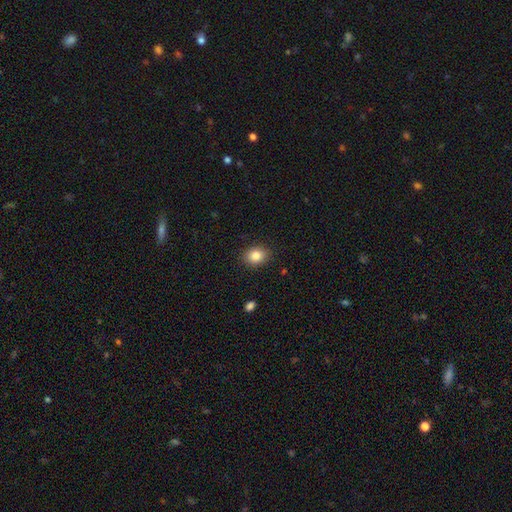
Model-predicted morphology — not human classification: smooth_or_featured: smooth (p=0.84) [alt: star or artifact p=0.09]
how_rounded: in between (p=0.50) [alt: round p=0.49]
merging: none (p=0.88) [alt: minor disturbance p=0.09]